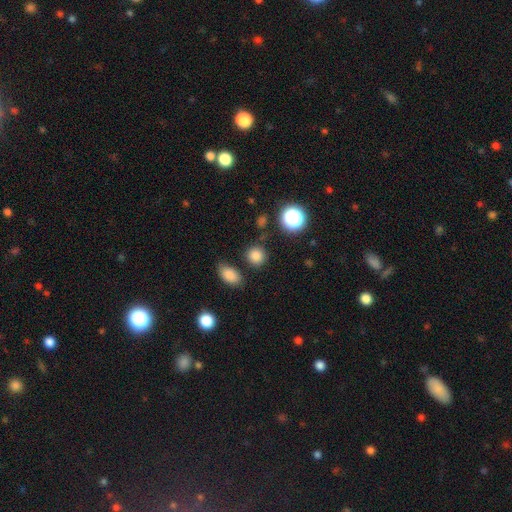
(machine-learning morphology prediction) Smooth or featured? smooth (82%)
How rounded? round (87%)
Merging? none (82%)